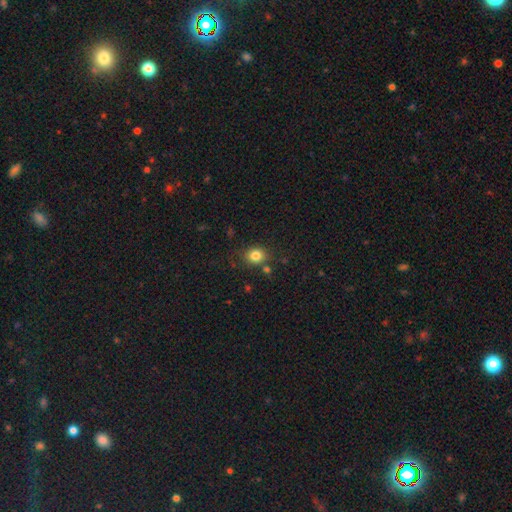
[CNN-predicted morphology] Smooth or featured?
  - smooth: 82% *
  - star or artifact: 11%
  - featured or disk: 7%
How rounded?
  - round: 69% *
  - in between: 30%
  - cigar-shaped: 1%
Merging?
  - none: 77% *
  - minor disturbance: 13%
  - merger: 6%
  - major disturbance: 4%